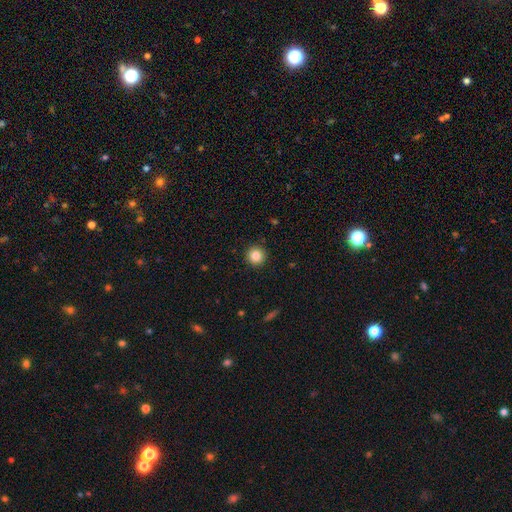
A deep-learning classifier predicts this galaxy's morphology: Overall: smooth (84%). How rounded: round (95%). Merging: none (92%).